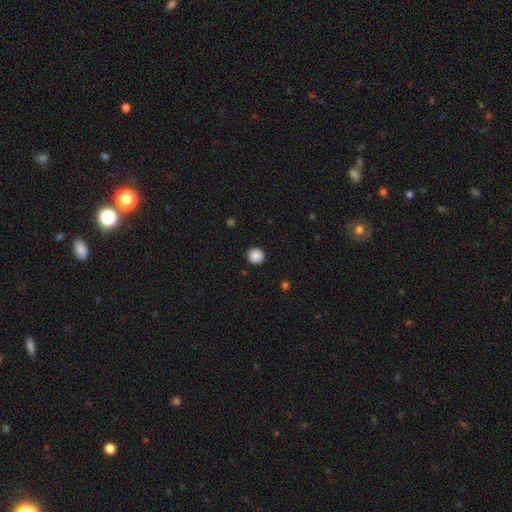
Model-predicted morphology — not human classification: smooth_or_featured: smooth (p=0.88) [alt: star or artifact p=0.09]
how_rounded: round (p=0.95) [alt: in between p=0.04]
merging: none (p=0.92) [alt: minor disturbance p=0.05]